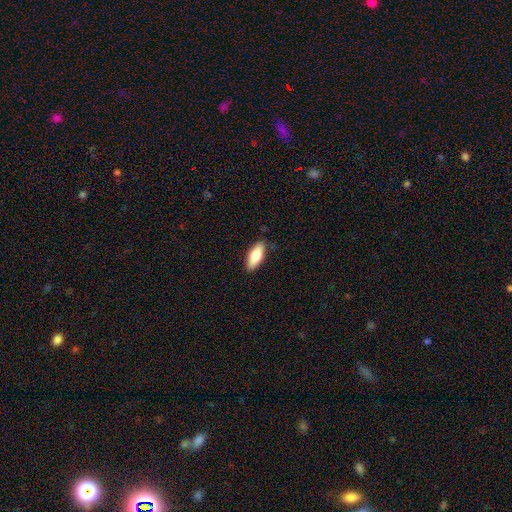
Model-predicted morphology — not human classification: This is likely a smooth galaxy (78%). How rounded: likely in between (78%). Merging: clearly none (85%).